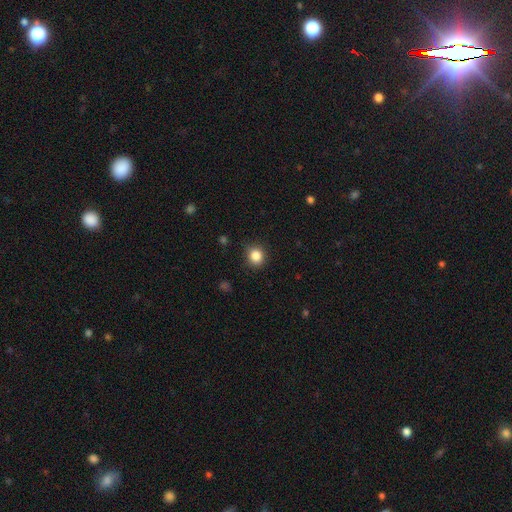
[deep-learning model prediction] Morphology: type=smooth (85%); roundness=round (85%); merging=none (87%).